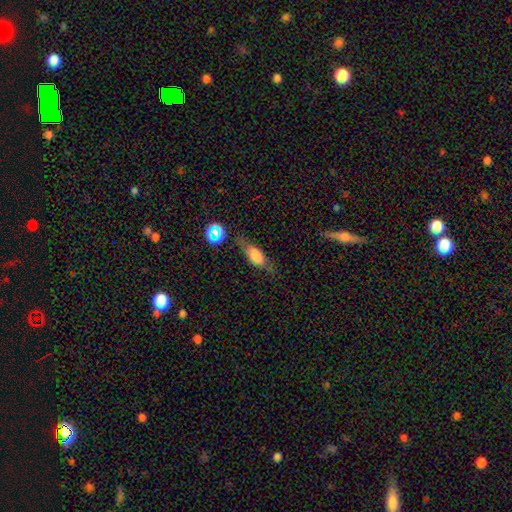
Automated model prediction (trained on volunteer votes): The model was most divided on "merging": none: 55%, minor disturbance: 25%, major disturbance: 12%, merger: 8%. More confident: how rounded — in between (68%); smooth or featured — smooth (64%).